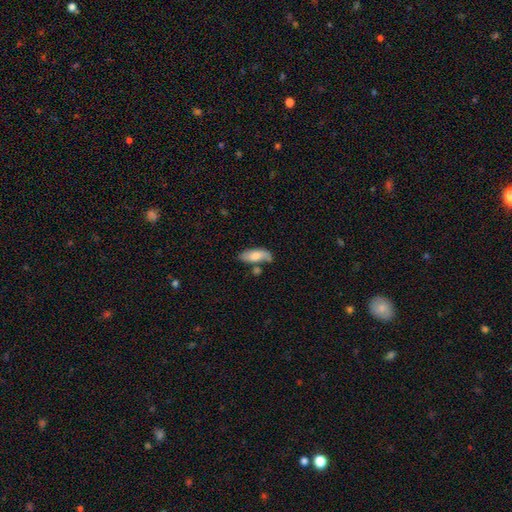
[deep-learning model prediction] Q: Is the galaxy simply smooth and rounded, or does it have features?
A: smooth — 71%.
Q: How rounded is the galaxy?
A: in between — 80%.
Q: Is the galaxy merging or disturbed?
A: none — 53%.